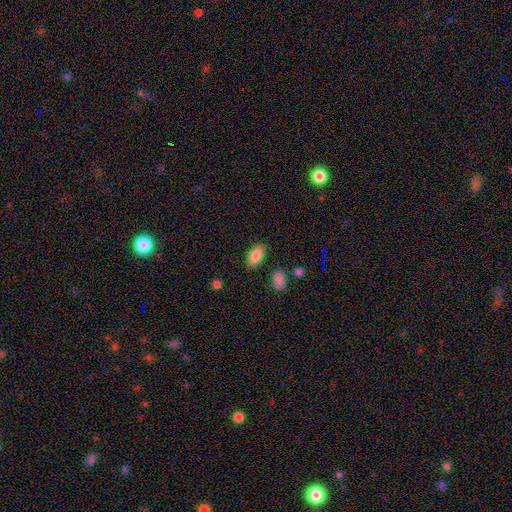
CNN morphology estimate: smooth_or_featured: smooth (p=0.87) [alt: star or artifact p=0.08]
how_rounded: in between (p=0.93) [alt: round p=0.04]
merging: none (p=0.85) [alt: minor disturbance p=0.10]